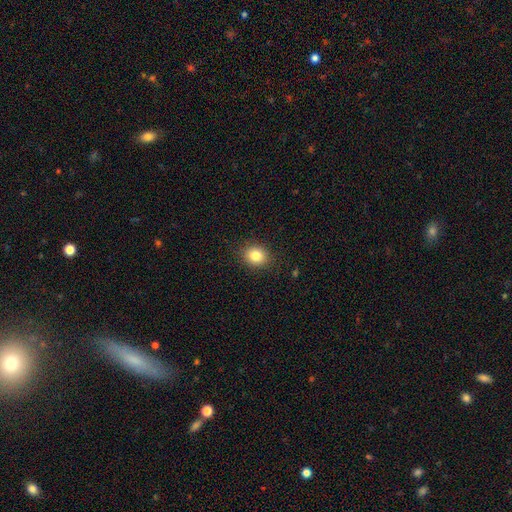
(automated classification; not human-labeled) This is clearly a smooth galaxy (83%). How rounded: likely round (68%). Merging: clearly none (89%).